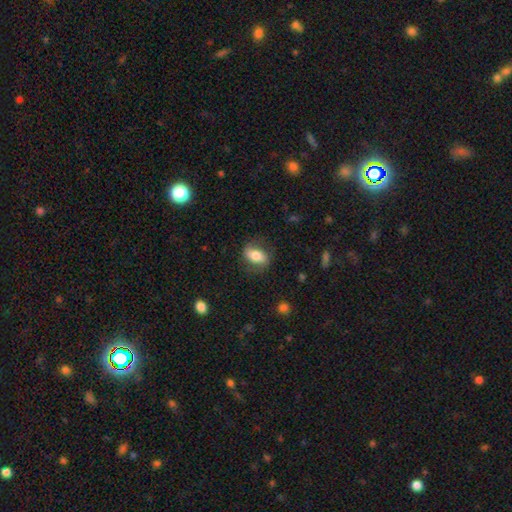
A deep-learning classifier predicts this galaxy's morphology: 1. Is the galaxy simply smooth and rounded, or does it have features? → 66% smooth, 26% featured or disk, 7% star or artifact.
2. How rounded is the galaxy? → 84% in between, 12% round, 5% cigar-shaped.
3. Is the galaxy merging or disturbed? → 74% none, 17% minor disturbance, 7% major disturbance, 1% merger.